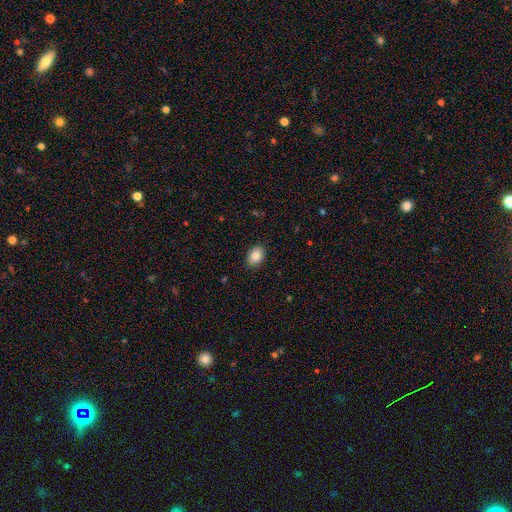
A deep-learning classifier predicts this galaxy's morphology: This is clearly a smooth galaxy (87%). How rounded: likely in between (78%). Merging: clearly none (88%).